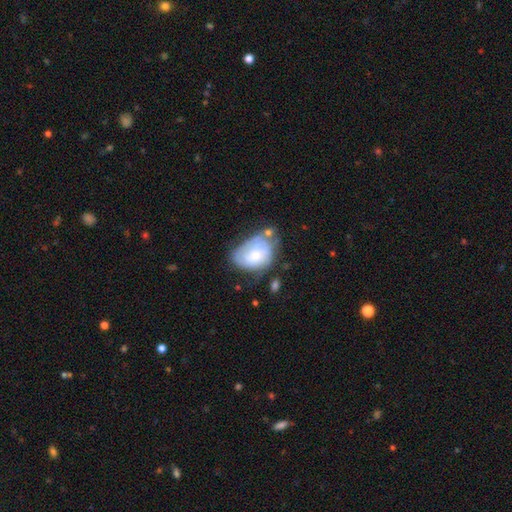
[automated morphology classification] Smooth or featured?
  - featured or disk: 55% *
  - smooth: 38%
  - star or artifact: 7%
Edge-on disk?
  - no: 96% *
  - yes: 4%
Bar?
  - no: 79% *
  - weak: 18%
  - strong: 3%
Spiral arms?
  - yes: 64% *
  - no: 36%
Bulge size?
  - small: 51% *
  - moderate: 42%
  - large: 3%
  - none: 2%
  - dominant: 1%
Merging?
  - none: 38% *
  - minor disturbance: 32%
  - major disturbance: 19%
  - merger: 11%